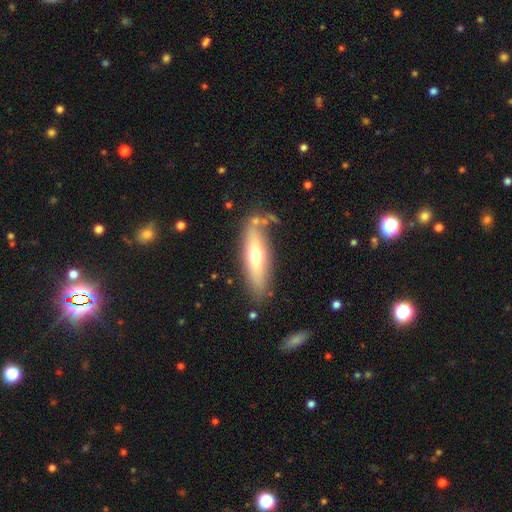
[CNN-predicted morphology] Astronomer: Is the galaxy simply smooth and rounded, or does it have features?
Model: smooth — 53% (runner-up: featured or disk, 41%).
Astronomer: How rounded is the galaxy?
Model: cigar-shaped — 61% (runner-up: in between, 37%).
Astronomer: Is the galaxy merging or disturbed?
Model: none — 76%.